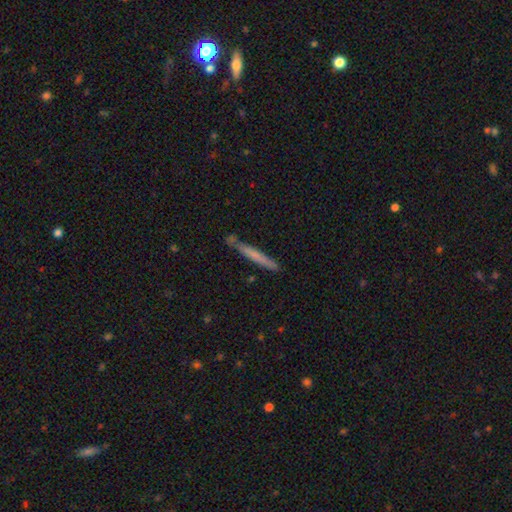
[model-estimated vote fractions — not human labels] Smooth or featured? Predicted: smooth (p=0.60). How rounded? Predicted: cigar-shaped (p=0.96). Merging? Predicted: none (p=0.79).